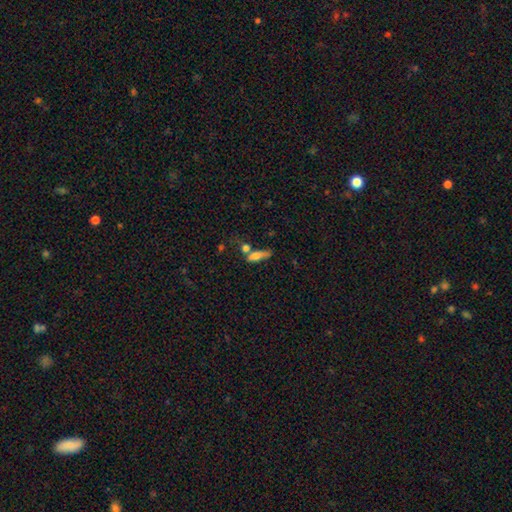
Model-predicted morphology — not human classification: smooth 68%, featured or disk 22%, star or artifact 10%. Down the decision tree: how rounded — cigar-shaped (56%); merging — none (40%).